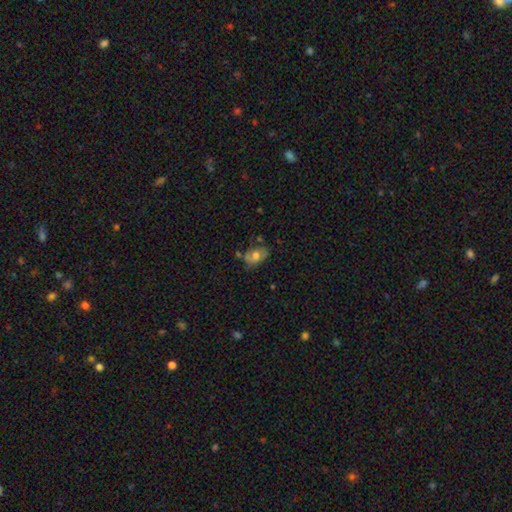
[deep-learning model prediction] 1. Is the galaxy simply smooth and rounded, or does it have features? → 55% smooth, 36% featured or disk, 9% star or artifact.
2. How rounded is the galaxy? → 80% in between, 19% round, 2% cigar-shaped.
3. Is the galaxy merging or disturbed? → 57% none, 28% minor disturbance, 9% major disturbance, 6% merger.